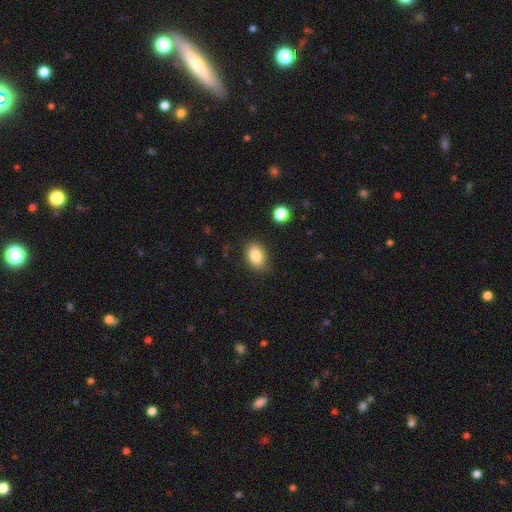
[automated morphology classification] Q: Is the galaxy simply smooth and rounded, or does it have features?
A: smooth — 84%.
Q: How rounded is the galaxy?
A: in between — 81%.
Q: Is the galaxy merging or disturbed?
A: none — 79%.